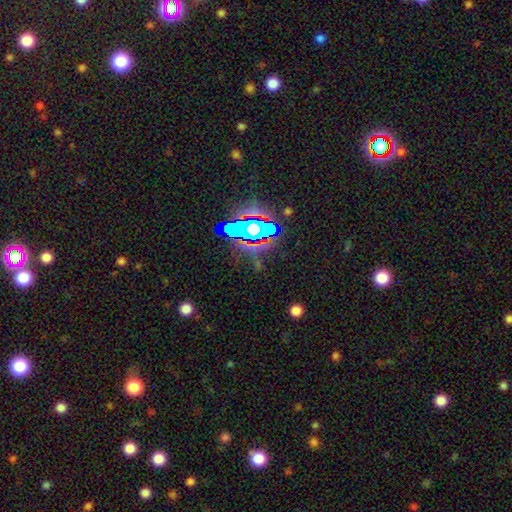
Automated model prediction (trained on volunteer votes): Smooth or featured: star or artifact — 72% (smooth — 15%)